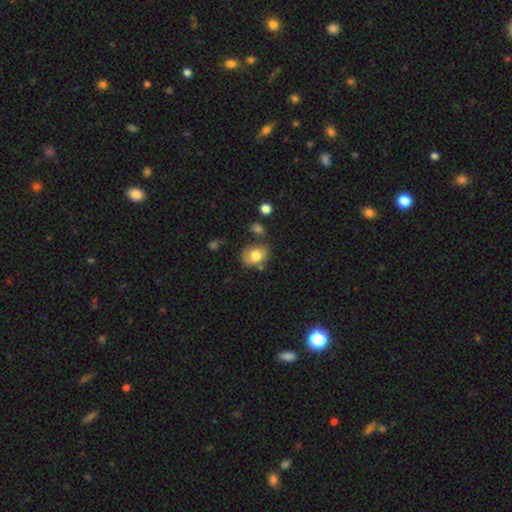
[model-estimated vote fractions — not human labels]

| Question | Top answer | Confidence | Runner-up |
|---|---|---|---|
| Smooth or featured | smooth | 77% | featured or disk (14%) |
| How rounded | in between | 64% | round (35%) |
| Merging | none | 61% | minor disturbance (22%) |